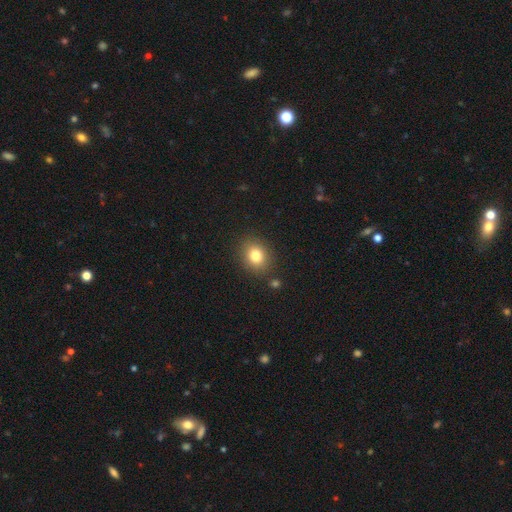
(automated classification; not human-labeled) Q: Smooth or featured?
A: smooth (80%); runner-up: star or artifact (11%)
Q: How rounded?
A: round (61%); runner-up: in between (38%)
Q: Merging?
A: none (85%); runner-up: minor disturbance (9%)